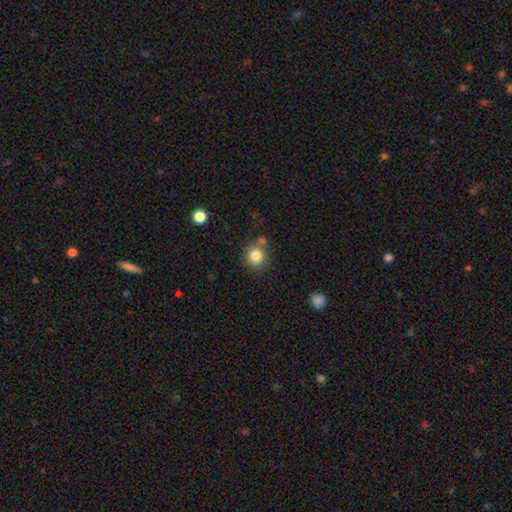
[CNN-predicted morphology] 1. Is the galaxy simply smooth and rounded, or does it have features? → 83% smooth, 11% star or artifact, 6% featured or disk.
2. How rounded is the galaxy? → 90% round, 9% in between, 1% cigar-shaped.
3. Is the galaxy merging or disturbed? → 72% none, 13% merger, 11% minor disturbance, 4% major disturbance.